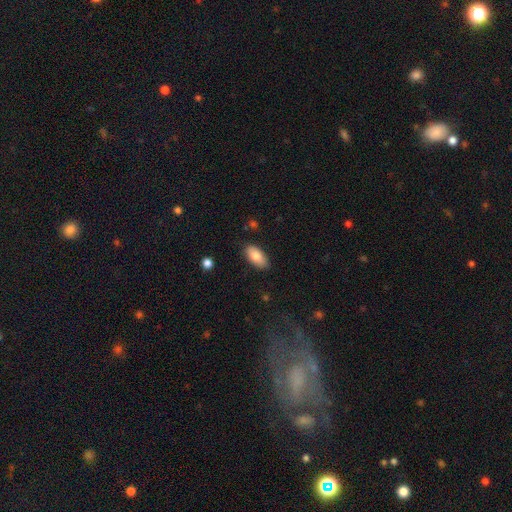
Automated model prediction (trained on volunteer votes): This is clearly a smooth galaxy (83%). How rounded: clearly in between (92%). Merging: clearly none (85%).